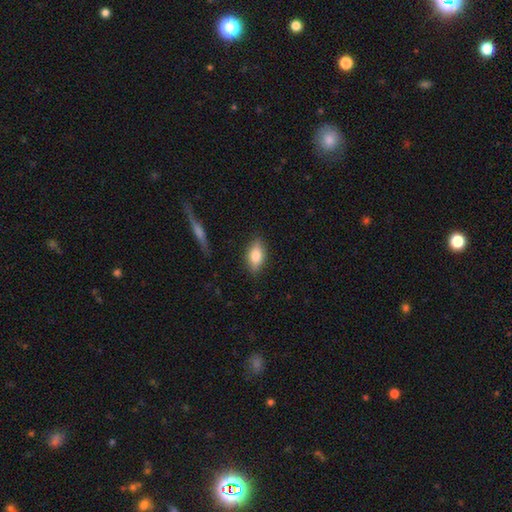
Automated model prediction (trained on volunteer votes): smooth-or-featured: smooth: 75% | featured or disk: 18% | star or artifact: 7%
  how-rounded: in between: 86% | cigar-shaped: 10% | round: 5%
  merging: none: 84% | minor disturbance: 12% | major disturbance: 3% | merger: 2%